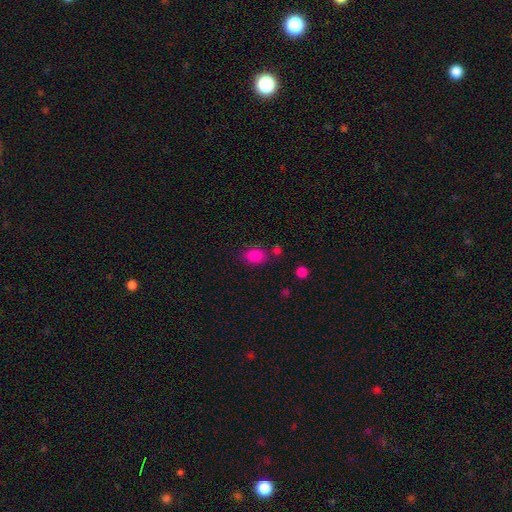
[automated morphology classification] Smooth or featured: smooth — 85% (star or artifact — 10%)
How rounded: in between — 78% (round — 21%)
Merging: none — 71% (minor disturbance — 14%)